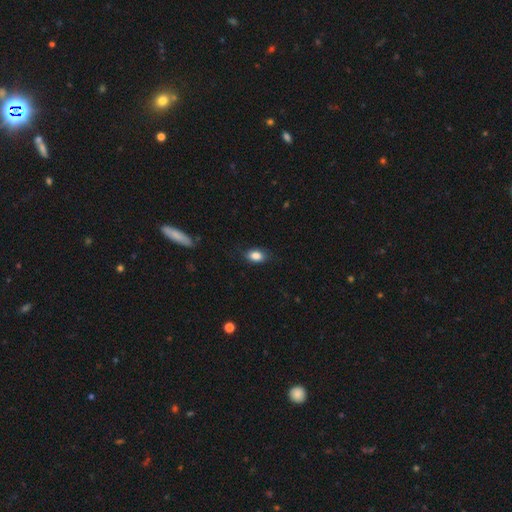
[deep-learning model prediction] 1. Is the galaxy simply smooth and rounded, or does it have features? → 85% smooth, 8% star or artifact, 6% featured or disk.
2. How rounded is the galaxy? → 85% in between, 12% round, 2% cigar-shaped.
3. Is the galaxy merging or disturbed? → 81% none, 15% minor disturbance, 3% major disturbance, 1% merger.